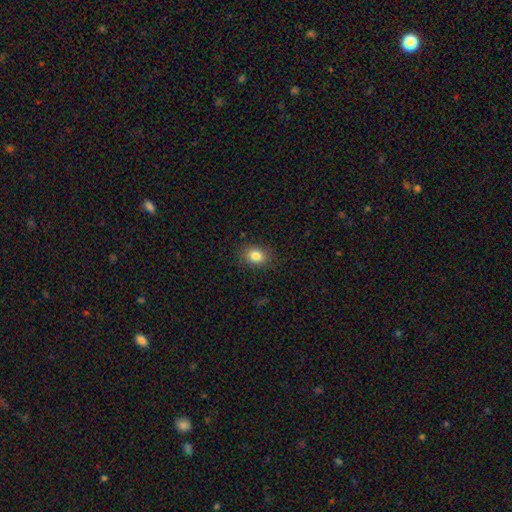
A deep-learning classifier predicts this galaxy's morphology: This appears to be a smooth galaxy with no disk features (83%) that is in between round and cigar-shaped (61%). Merging: none (85%).